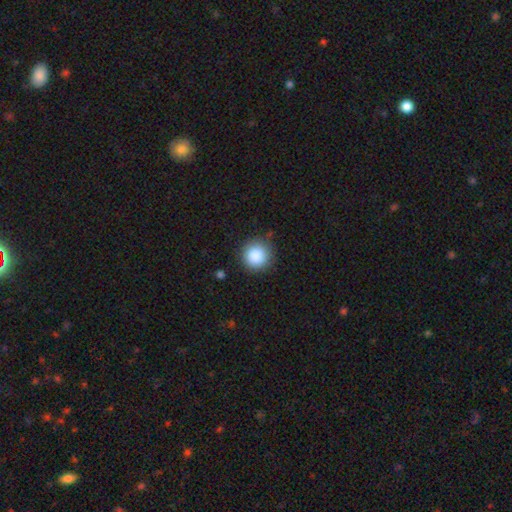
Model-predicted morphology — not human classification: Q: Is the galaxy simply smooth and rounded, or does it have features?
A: smooth — 87%.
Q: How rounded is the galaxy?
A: round — 95%.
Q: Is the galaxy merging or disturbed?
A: none — 88%.